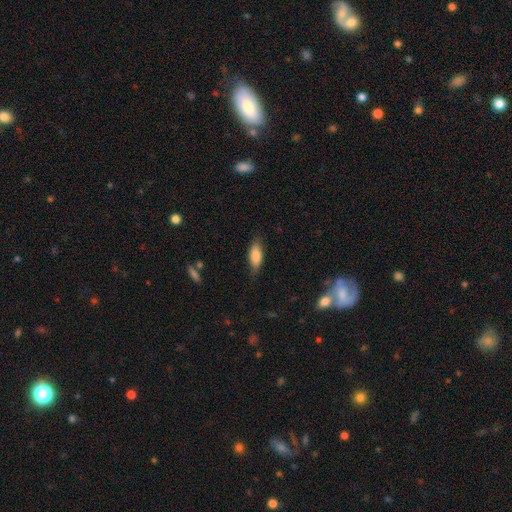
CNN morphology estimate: Overall: smooth (81%). How rounded: in between (73%). Merging: none (75%).